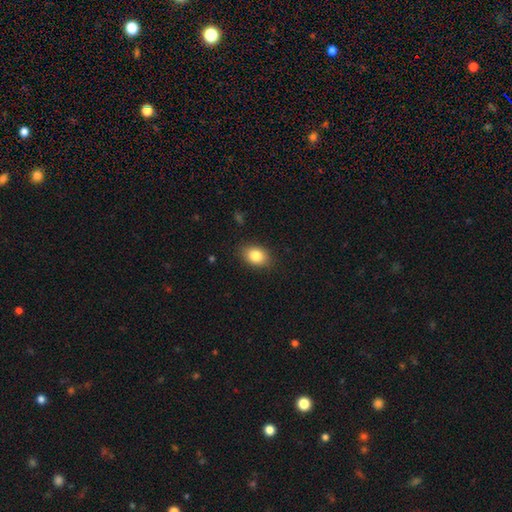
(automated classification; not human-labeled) Smooth or featured?
  - smooth: 84% *
  - star or artifact: 8%
  - featured or disk: 7%
How rounded?
  - in between: 77% *
  - round: 22%
  - cigar-shaped: 1%
Merging?
  - none: 86% *
  - minor disturbance: 11%
  - major disturbance: 3%
  - merger: 1%